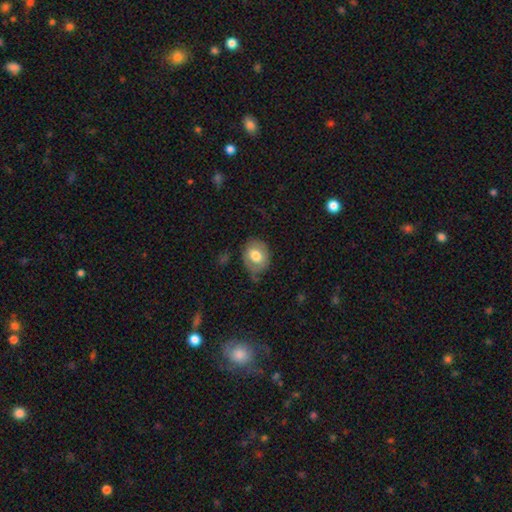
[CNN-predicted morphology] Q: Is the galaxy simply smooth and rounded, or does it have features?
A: smooth — 68%.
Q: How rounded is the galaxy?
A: in between — 56%.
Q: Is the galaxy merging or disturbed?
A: none — 59%.